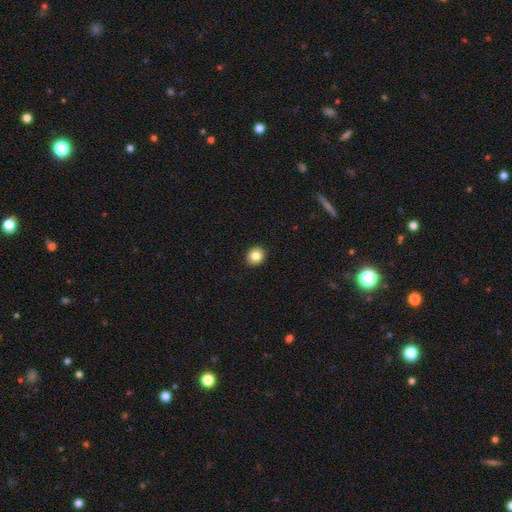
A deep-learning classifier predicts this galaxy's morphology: Smooth or featured?
  - smooth: 85% *
  - star or artifact: 10%
  - featured or disk: 5%
How rounded?
  - round: 86% *
  - in between: 13%
  - cigar-shaped: 1%
Merging?
  - none: 93% *
  - minor disturbance: 5%
  - major disturbance: 1%
  - merger: 1%